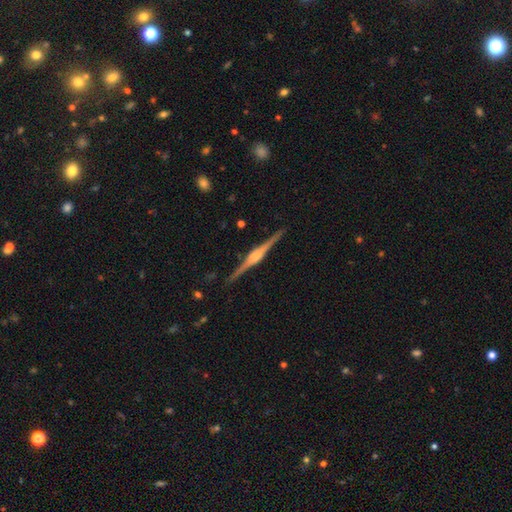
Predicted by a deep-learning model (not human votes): smooth_or_featured: featured or disk (p=0.87) [alt: smooth p=0.07]
disk_edge_on: yes (p=0.99) [alt: no p=0.01]
edge_on_bulge: rounded (p=0.73) [alt: boxy p=0.24]
merging: none (p=0.90) [alt: minor disturbance p=0.08]